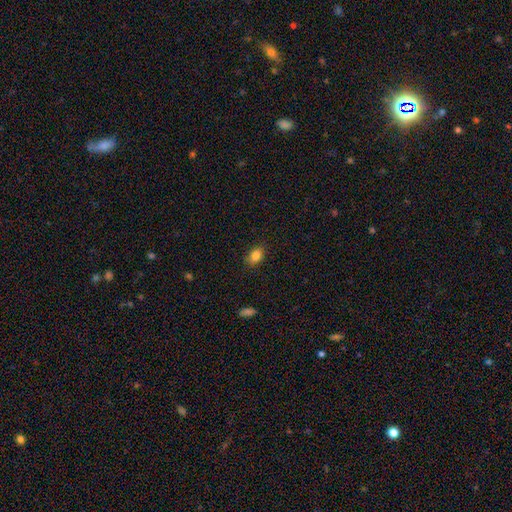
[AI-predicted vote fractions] smooth_or_featured: smooth (p=0.85) [alt: star or artifact p=0.10]
how_rounded: in between (p=0.75) [alt: round p=0.23]
merging: none (p=0.84) [alt: minor disturbance p=0.13]